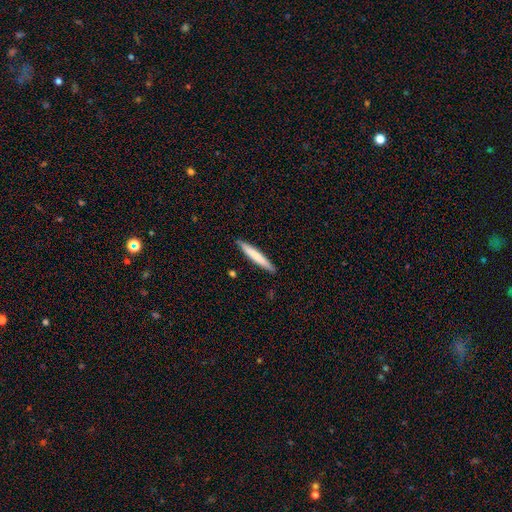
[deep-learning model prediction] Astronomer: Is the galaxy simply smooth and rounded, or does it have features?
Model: smooth — 73%.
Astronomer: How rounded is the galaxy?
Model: cigar-shaped — 95%.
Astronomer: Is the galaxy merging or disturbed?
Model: none — 89%.